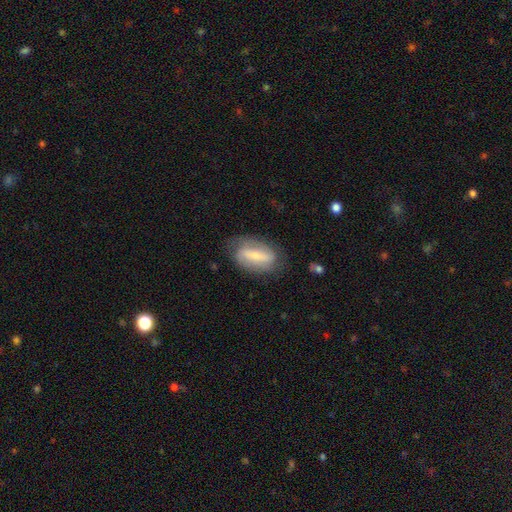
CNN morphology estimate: type=featured or disk (63%); edge-on=no (89%); bar=strong (56%); spiral arms=yes (75%); bulge=small (60%); merging=none (72%).